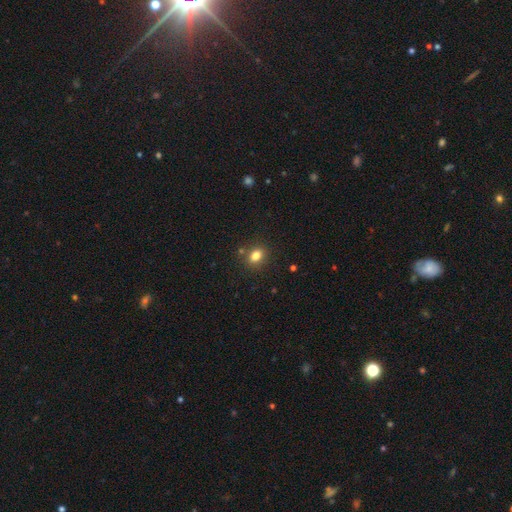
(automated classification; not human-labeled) smooth-or-featured: smooth: 80% | star or artifact: 12% | featured or disk: 8%
  how-rounded: in between: 61% | round: 37% | cigar-shaped: 2%
  merging: none: 81% | minor disturbance: 11% | merger: 5% | major disturbance: 3%